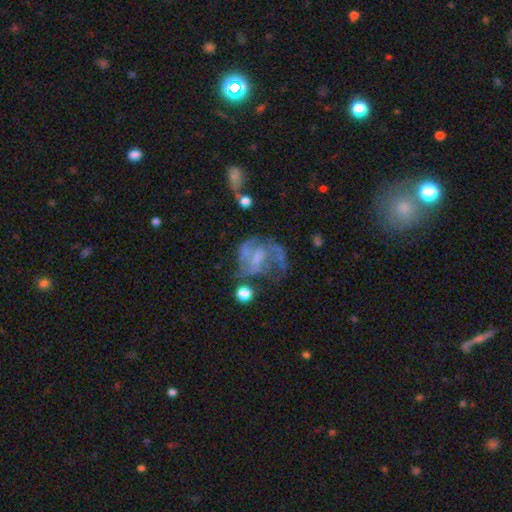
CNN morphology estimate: Smooth or featured?
  - featured or disk: 66% *
  - smooth: 22%
  - star or artifact: 13%
Edge-on disk?
  - no: 97% *
  - yes: 3%
Bar?
  - no: 54% *
  - weak: 36%
  - strong: 10%
Spiral arms?
  - yes: 55% *
  - no: 45%
Bulge size?
  - none: 42% *
  - small: 29%
  - moderate: 24%
  - large: 4%
  - dominant: 1%
Merging?
  - major disturbance: 36% *
  - none: 35%
  - minor disturbance: 20%
  - merger: 10%